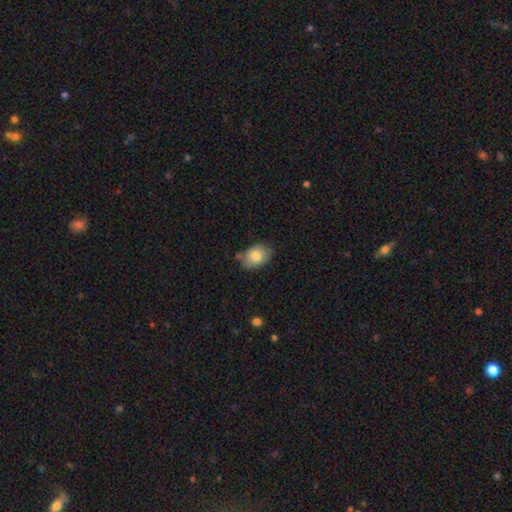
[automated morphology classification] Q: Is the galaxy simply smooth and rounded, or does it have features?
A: smooth — 82%.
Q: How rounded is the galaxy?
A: in between — 74%.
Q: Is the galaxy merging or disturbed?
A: none — 71%.